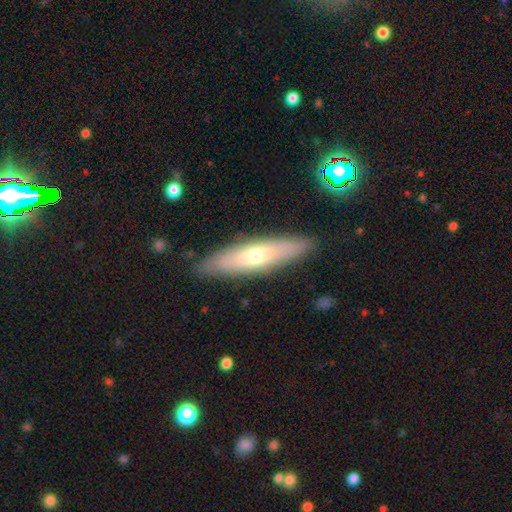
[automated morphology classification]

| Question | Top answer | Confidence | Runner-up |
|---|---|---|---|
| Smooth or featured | smooth | 50% | featured or disk (43%) |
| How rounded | cigar-shaped | 72% | in between (26%) |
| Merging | none | 87% | minor disturbance (9%) |